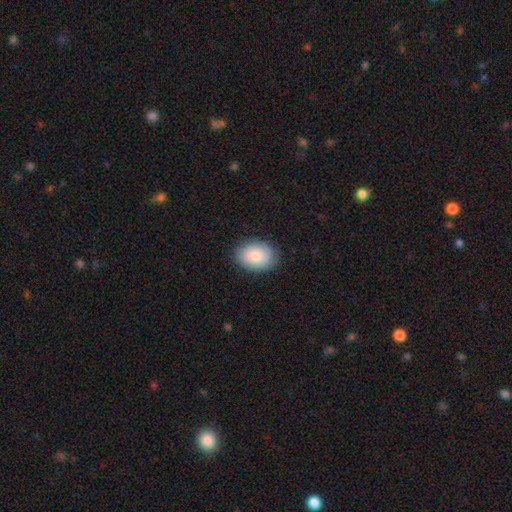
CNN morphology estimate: smooth-or-featured: smooth: 76% | featured or disk: 17% | star or artifact: 7%
  how-rounded: in between: 69% | round: 30% | cigar-shaped: 1%
  merging: none: 84% | minor disturbance: 12% | major disturbance: 3% | merger: 1%